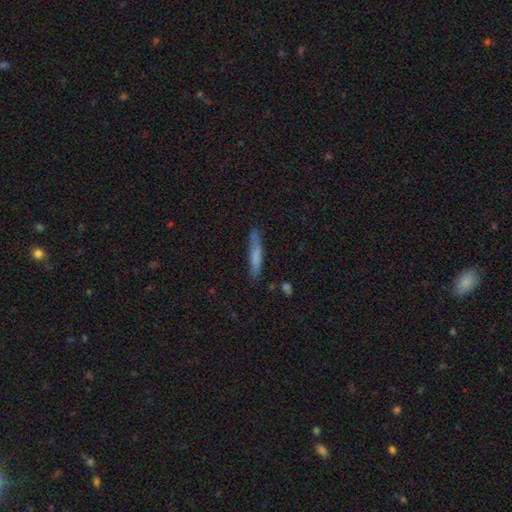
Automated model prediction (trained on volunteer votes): This appears to be a smooth galaxy with no disk features (70%) that is cigar-shaped (90%). Merging: none (78%).